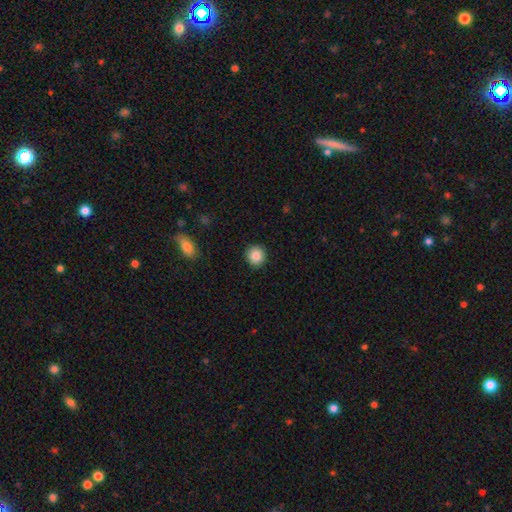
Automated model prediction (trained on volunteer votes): Overall: smooth (84%). How rounded: round (92%). Merging: none (92%).